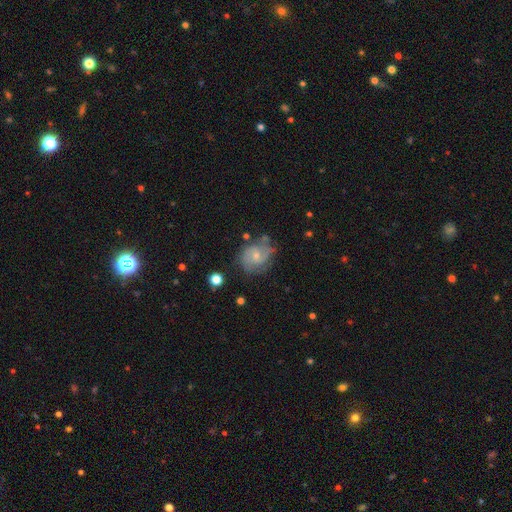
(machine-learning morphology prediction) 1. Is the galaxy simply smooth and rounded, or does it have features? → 70% featured or disk, 23% smooth, 8% star or artifact.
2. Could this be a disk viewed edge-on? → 98% no, 2% yes.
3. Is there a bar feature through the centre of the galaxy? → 56% no, 39% weak, 6% strong.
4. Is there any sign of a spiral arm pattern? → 90% yes, 10% no.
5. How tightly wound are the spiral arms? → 46% medium, 36% tight, 18% loose.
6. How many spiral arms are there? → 63% 2, 19% can't tell, 10% 3, 4% 1, 2% 4, 2% more than 4.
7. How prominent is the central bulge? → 58% small, 36% moderate, 4% none, 2% large, 1% dominant.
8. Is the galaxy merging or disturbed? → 59% none, 26% minor disturbance, 11% major disturbance, 5% merger.